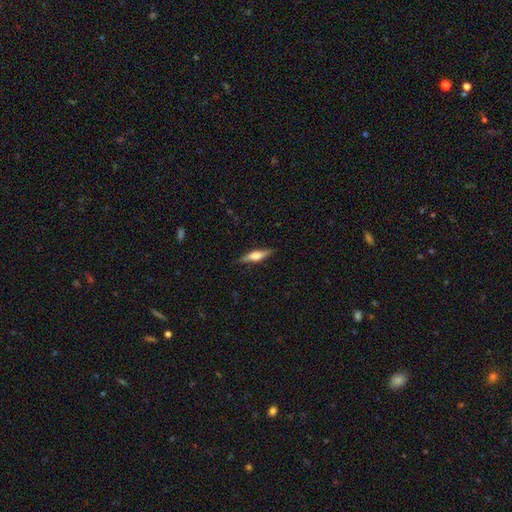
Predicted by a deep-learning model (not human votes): Overall: featured or disk (51%; smooth 42%). Edge-on disk: yes (95%). Merging: none (87%).